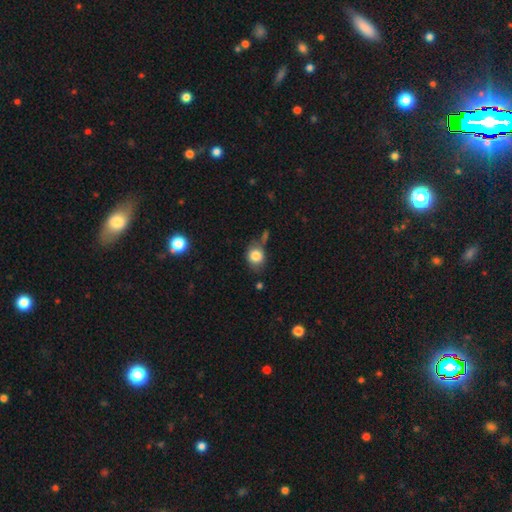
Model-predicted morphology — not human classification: smooth-or-featured: smooth: 82% | star or artifact: 9% | featured or disk: 8%
  how-rounded: round: 63% | in between: 35% | cigar-shaped: 1%
  merging: none: 62% | minor disturbance: 21% | merger: 11% | major disturbance: 7%